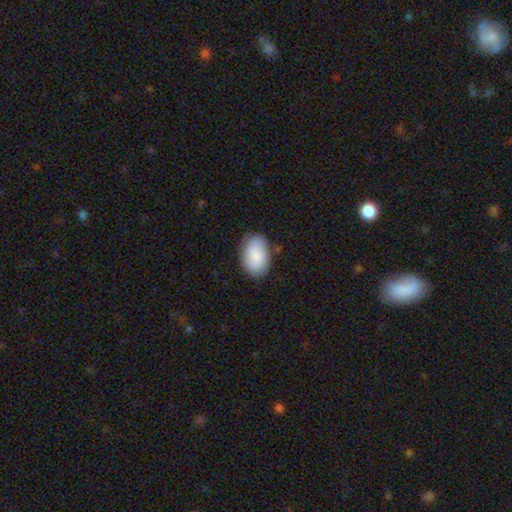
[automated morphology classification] Smooth or featured: smooth — 86% (featured or disk — 8%)
How rounded: in between — 90% (round — 9%)
Merging: none — 82% (minor disturbance — 14%)